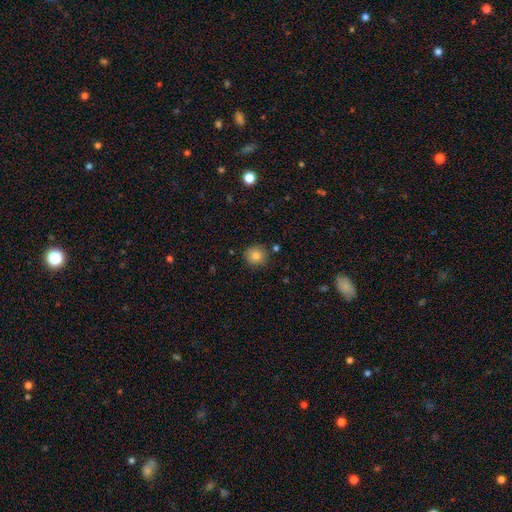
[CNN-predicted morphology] Smooth or featured? smooth (83%)
How rounded? round (91%)
Merging? none (86%)